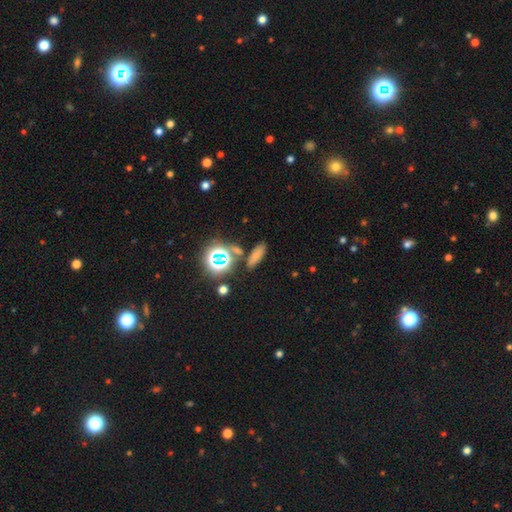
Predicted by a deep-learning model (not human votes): smooth 66%, star or artifact 25%, featured or disk 9%. Down the decision tree: how rounded — in between (54%); merging — none (77%).